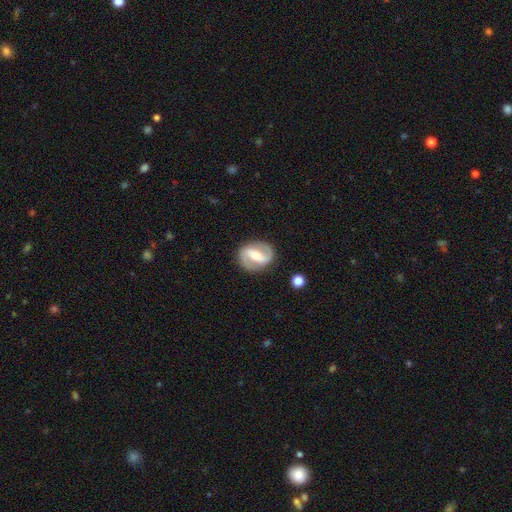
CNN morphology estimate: smooth_or_featured: featured or disk (p=0.82) [alt: smooth p=0.13]
disk_edge_on: no (p=0.97) [alt: yes p=0.03]
bar: strong (p=0.61) [alt: weak p=0.27]
has_spiral_arms: yes (p=0.87) [alt: no p=0.13]
spiral_winding: medium (p=0.47) [alt: tight p=0.33]
spiral_arm_count: 2 (p=0.90) [alt: can't tell p=0.05]
bulge_size: moderate (p=0.57) [alt: small p=0.36]
merging: none (p=0.86) [alt: minor disturbance p=0.09]